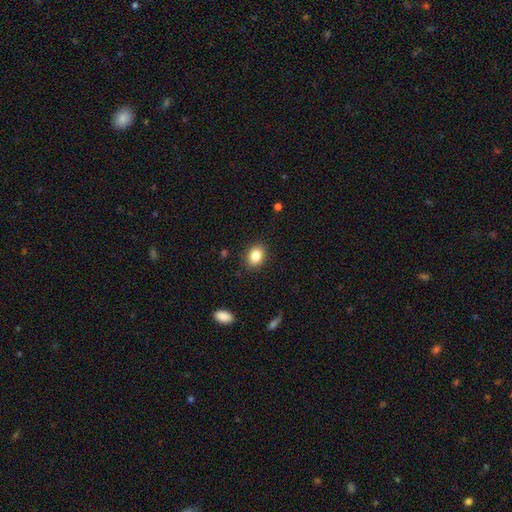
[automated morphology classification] Smooth or featured? Predicted: smooth (p=0.85). How rounded? Predicted: in between (p=0.60). Merging? Predicted: none (p=0.88).